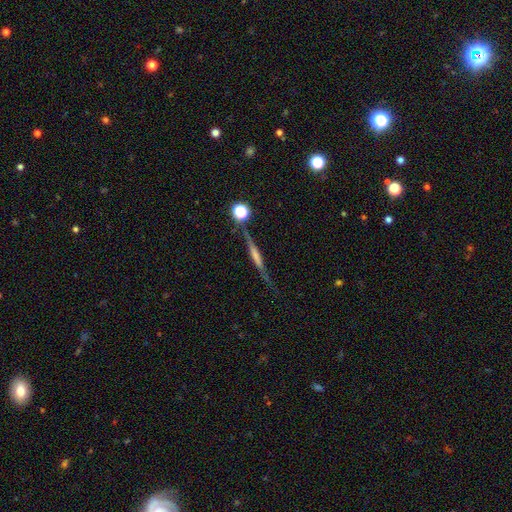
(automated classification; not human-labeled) A featured or disk galaxy (56%) viewed edge-on (93%) with no central bulge (52%). Merging: none (74%).